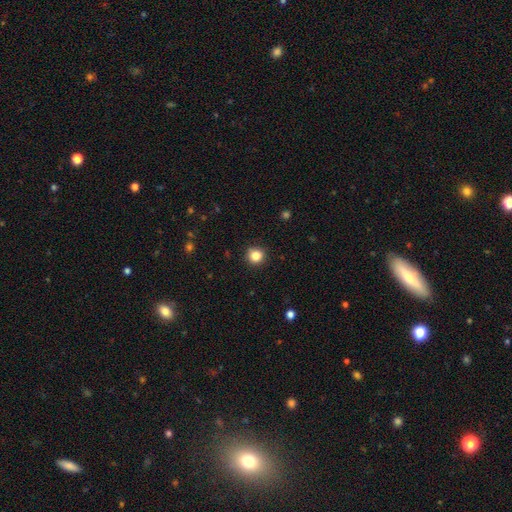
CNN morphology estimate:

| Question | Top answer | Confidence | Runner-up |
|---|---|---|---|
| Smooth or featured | smooth | 84% | star or artifact (11%) |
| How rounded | round | 92% | in between (7%) |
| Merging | none | 91% | minor disturbance (6%) |